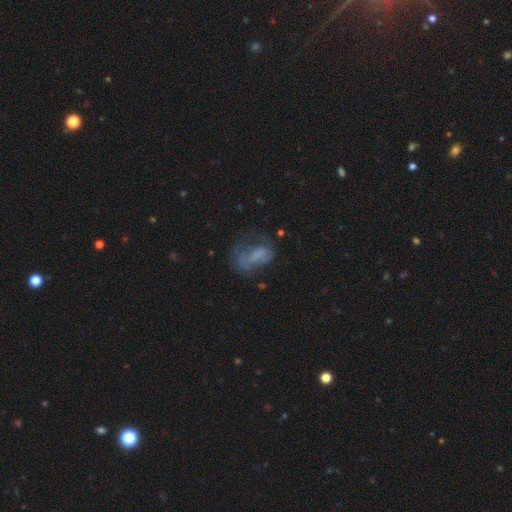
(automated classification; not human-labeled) smooth 45%, featured or disk 39%, star or artifact 16%. Down the decision tree: merging — major disturbance (41%).